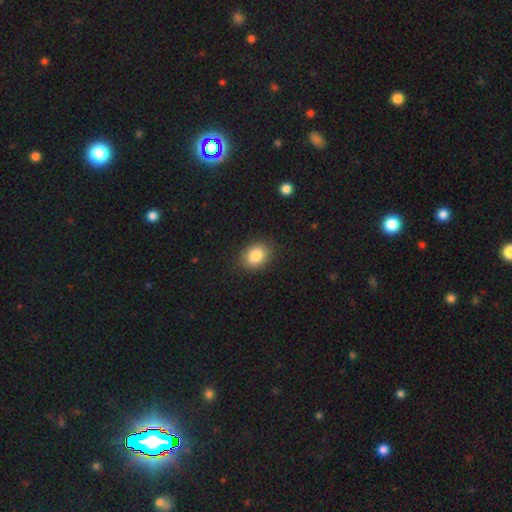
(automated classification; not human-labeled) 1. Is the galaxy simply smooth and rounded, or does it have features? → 85% smooth, 9% star or artifact, 7% featured or disk.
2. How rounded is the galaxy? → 64% in between, 35% round, 1% cigar-shaped.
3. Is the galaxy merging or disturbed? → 86% none, 10% minor disturbance, 3% major disturbance, 1% merger.